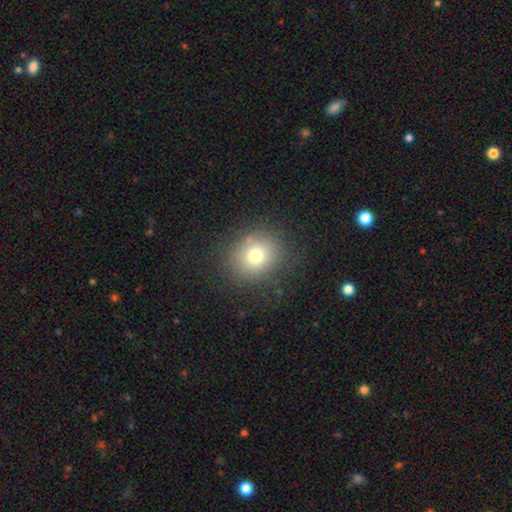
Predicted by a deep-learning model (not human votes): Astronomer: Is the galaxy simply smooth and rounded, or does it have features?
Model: smooth — 74%.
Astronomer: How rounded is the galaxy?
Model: round — 78%.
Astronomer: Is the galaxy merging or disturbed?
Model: none — 84%.